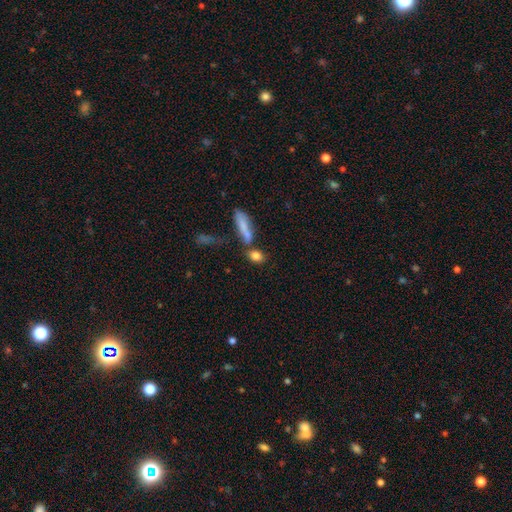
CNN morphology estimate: smooth_or_featured: smooth (p=0.83) [alt: star or artifact p=0.09]
how_rounded: in between (p=0.66) [alt: round p=0.22]
merging: none (p=0.59) [alt: merger p=0.24]